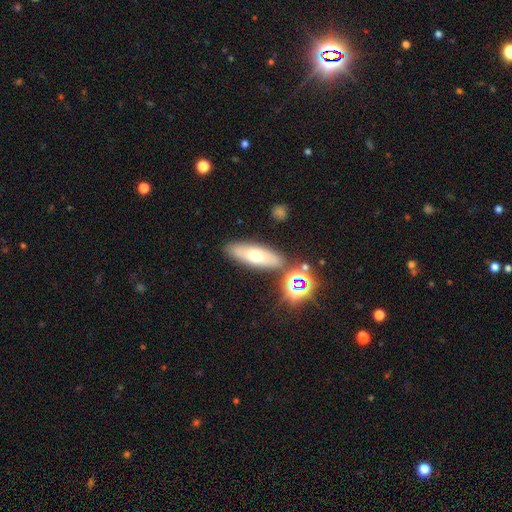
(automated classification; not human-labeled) Smooth or featured? smooth (57%)
How rounded? in between (55%)
Merging? none (80%)